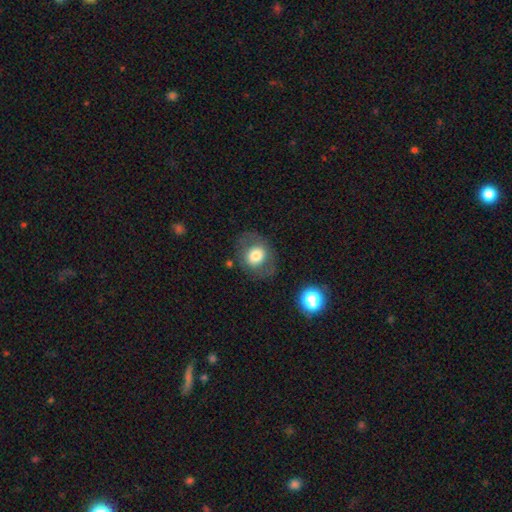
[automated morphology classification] This appears to be a smooth galaxy with no disk features (68%) that is round (61%). Merging: none (73%).